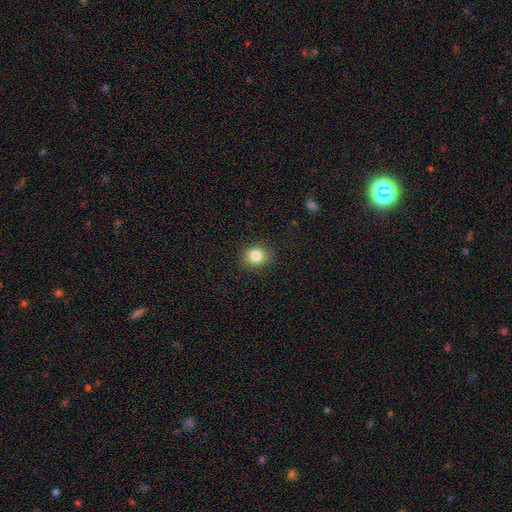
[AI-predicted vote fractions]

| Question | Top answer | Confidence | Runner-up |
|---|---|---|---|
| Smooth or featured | smooth | 84% | star or artifact (11%) |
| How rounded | round | 76% | in between (23%) |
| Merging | none | 88% | minor disturbance (8%) |